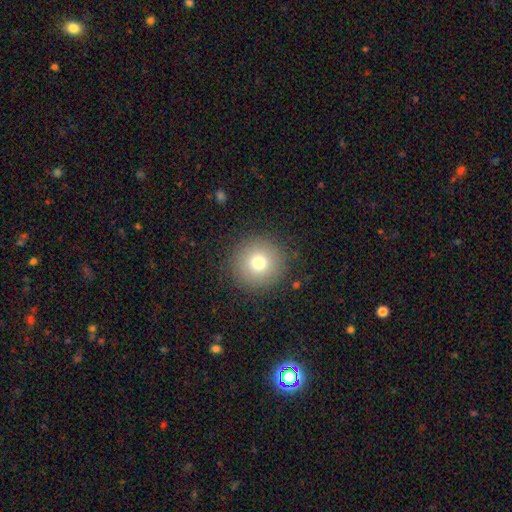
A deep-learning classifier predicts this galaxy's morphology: A smooth galaxy with no disk features (69%) that is round (96%).

Vote fractions:
- Smooth or featured? smooth: 69% / star or artifact: 21% / featured or disk: 10%
- How rounded? round: 96% / in between: 3% / cigar-shaped: 1%
- Merging? none: 92% / minor disturbance: 5% / major disturbance: 2% / merger: 1%